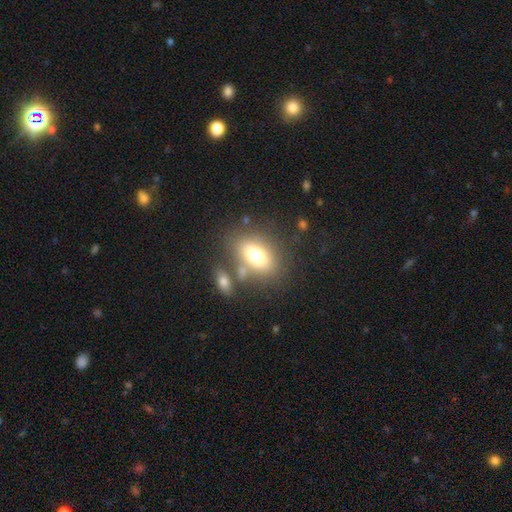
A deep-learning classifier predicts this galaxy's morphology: Overall: smooth (73%). How rounded: in between (80%). Merging: none (67%).